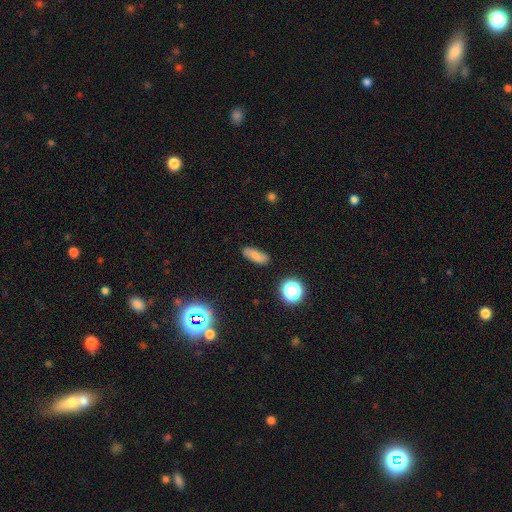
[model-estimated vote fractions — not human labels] Smooth or featured?
  - smooth: 66% *
  - featured or disk: 21%
  - star or artifact: 13%
How rounded?
  - in between: 72% *
  - cigar-shaped: 21%
  - round: 7%
Merging?
  - none: 82% *
  - minor disturbance: 13%
  - major disturbance: 3%
  - merger: 2%